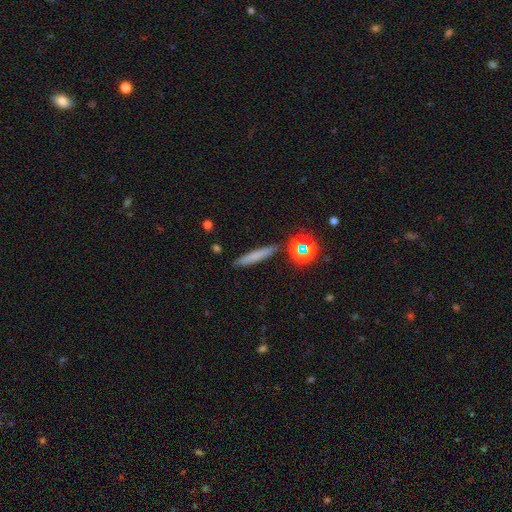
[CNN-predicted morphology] Q: Smooth or featured?
A: smooth (68%); runner-up: featured or disk (18%)
Q: How rounded?
A: cigar-shaped (91%); runner-up: in between (6%)
Q: Merging?
A: none (88%); runner-up: minor disturbance (8%)